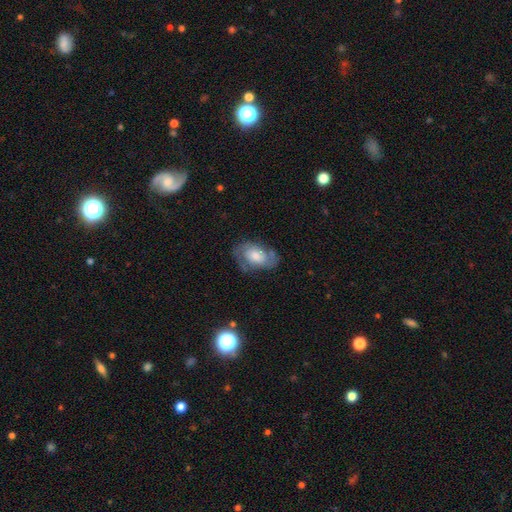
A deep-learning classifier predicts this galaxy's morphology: smooth-or-featured: featured or disk: 70% | smooth: 22% | star or artifact: 8%
  disk-edge-on: no: 96% | yes: 4%
    bar: no: 68% | weak: 27% | strong: 6%
    has-spiral-arms: yes: 87% | no: 13%
      spiral-winding: tight: 43% | medium: 42% | loose: 15%
      spiral-arm-count: 2: 75% | can't tell: 15% | 3: 3% | 1: 3% | 4: 2% | more than 4: 1%
    bulge-size: moderate: 46% | small: 28% | large: 19% | none: 5% | dominant: 3%
  merging: none: 71% | minor disturbance: 18% | major disturbance: 9% | merger: 2%